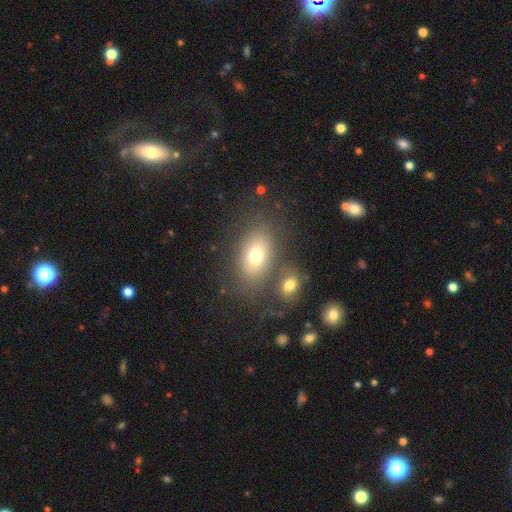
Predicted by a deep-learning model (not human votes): Smooth or featured? smooth (72%)
How rounded? in between (82%)
Merging? none (66%)